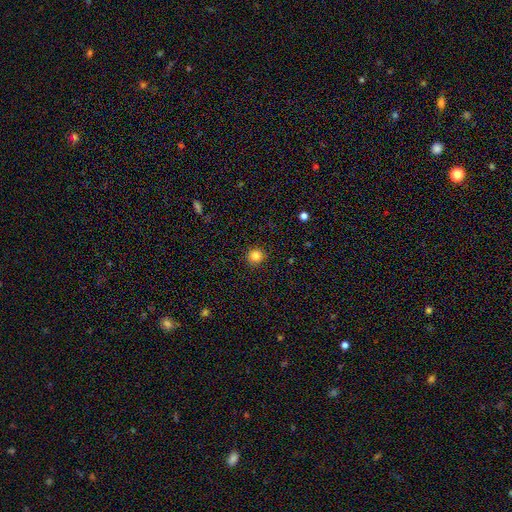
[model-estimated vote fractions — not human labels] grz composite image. It shows a smooth galaxy with no disk features (85%) that is round (93%). Merging: none (91%).